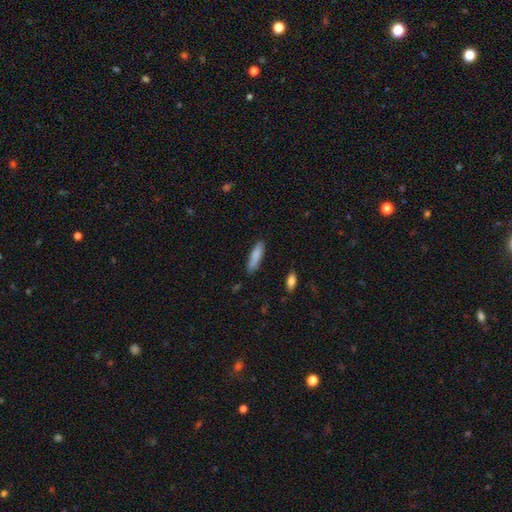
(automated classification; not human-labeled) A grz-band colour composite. It shows a smooth galaxy with no disk features (85%) that is cigar-shaped (70%). Merging: none (85%).